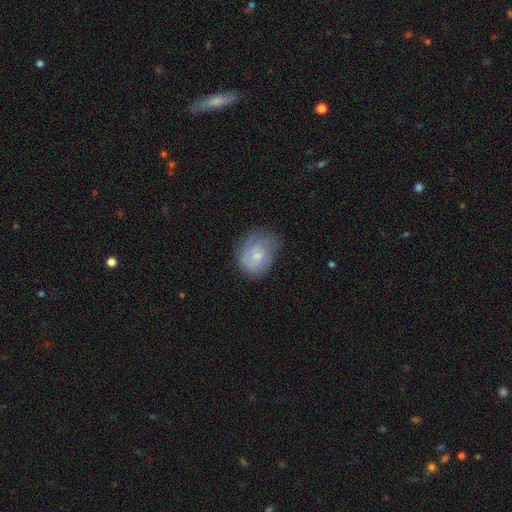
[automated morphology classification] A featured or disk galaxy (53%) with no bar (74%), spiral arms (79%) and a small central bulge (66%). Merging: none (60%).